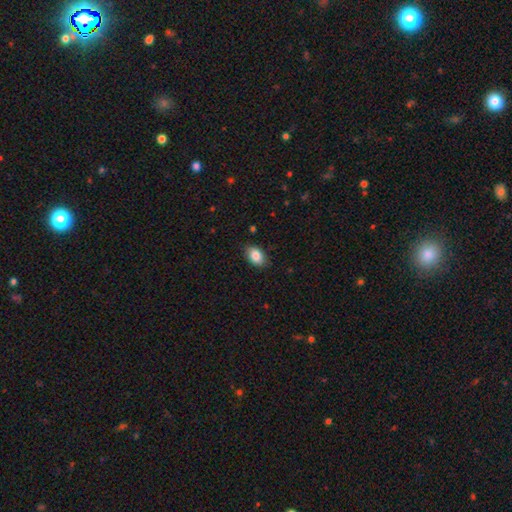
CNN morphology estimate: Smooth or featured: smooth — 86% (star or artifact — 7%)
How rounded: in between — 87% (round — 11%)
Merging: none — 86% (minor disturbance — 11%)